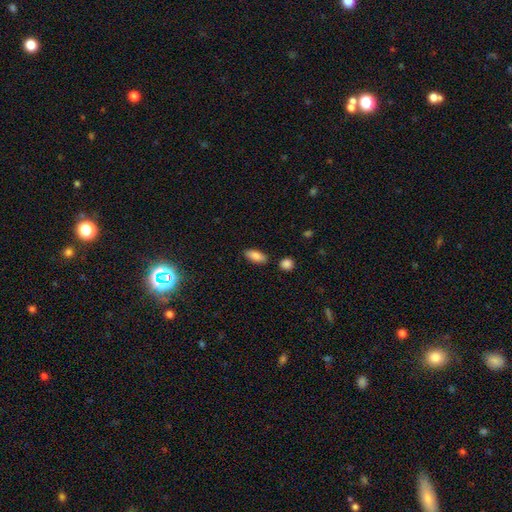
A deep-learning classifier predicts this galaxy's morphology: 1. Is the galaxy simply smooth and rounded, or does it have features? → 82% smooth, 10% featured or disk, 7% star or artifact.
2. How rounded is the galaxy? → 84% in between, 13% cigar-shaped, 3% round.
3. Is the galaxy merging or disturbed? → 85% none, 9% minor disturbance, 3% merger, 2% major disturbance.